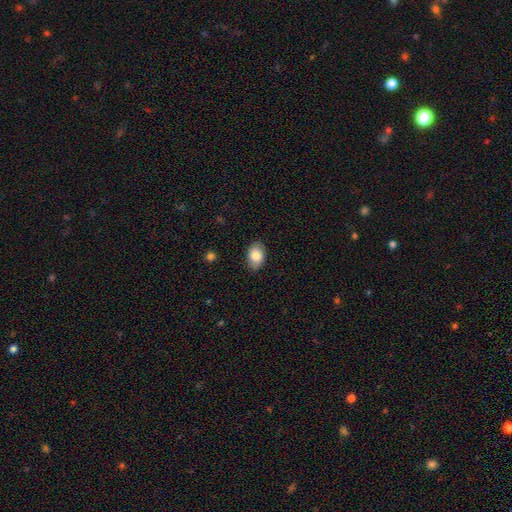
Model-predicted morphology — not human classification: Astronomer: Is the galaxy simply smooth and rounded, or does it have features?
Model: smooth — 84%.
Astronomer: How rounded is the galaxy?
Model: in between — 84%.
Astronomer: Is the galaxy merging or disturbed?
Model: none — 84%.